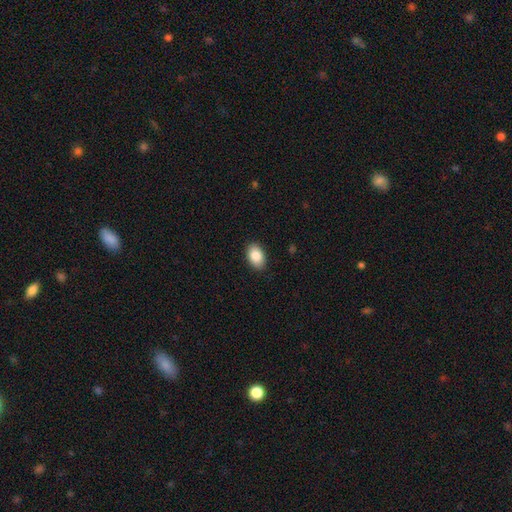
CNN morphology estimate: smooth-or-featured: smooth: 87% | star or artifact: 7% | featured or disk: 6%
  how-rounded: in between: 91% | round: 8% | cigar-shaped: 1%
  merging: none: 89% | minor disturbance: 8% | major disturbance: 2% | merger: 1%